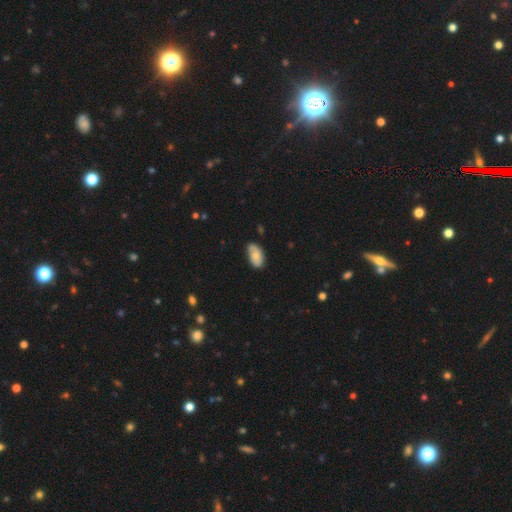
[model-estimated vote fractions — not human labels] smooth 64%, featured or disk 29%, star or artifact 7%. Down the decision tree: how rounded — in between (94%); merging — none (71%).